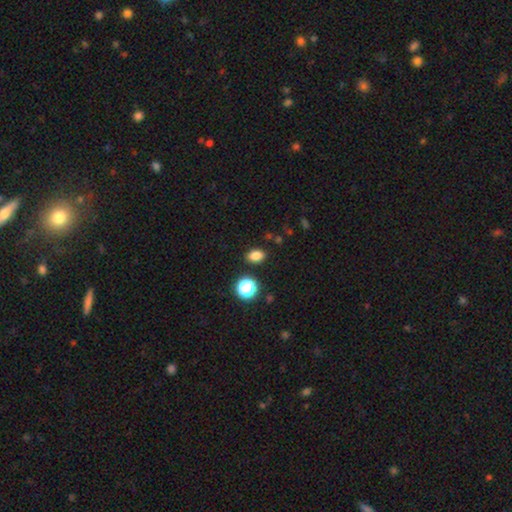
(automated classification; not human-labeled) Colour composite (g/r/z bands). It shows a smooth galaxy with no disk features (81%) that is in between round and cigar-shaped (75%). Merging: none (86%).